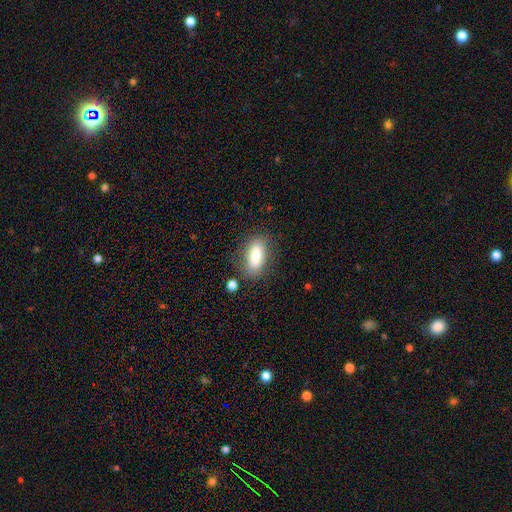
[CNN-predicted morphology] smooth_or_featured: smooth (p=0.80) [alt: featured or disk p=0.13]
how_rounded: in between (p=0.81) [alt: cigar-shaped p=0.16]
merging: none (p=0.80) [alt: minor disturbance p=0.13]